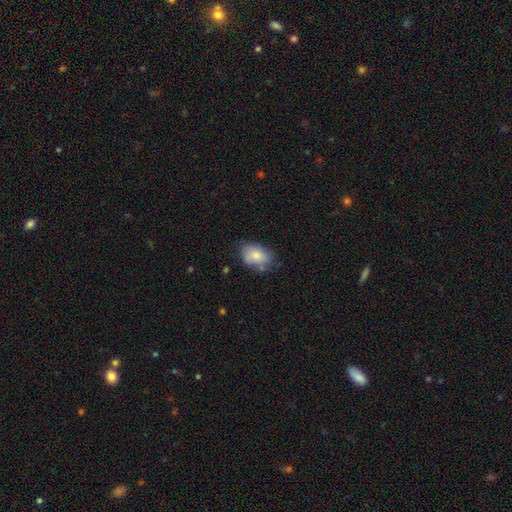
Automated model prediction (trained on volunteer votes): Smooth or featured?
  - smooth: 81% *
  - featured or disk: 12%
  - star or artifact: 7%
How rounded?
  - in between: 85% *
  - round: 14%
  - cigar-shaped: 1%
Merging?
  - none: 65% *
  - minor disturbance: 25%
  - major disturbance: 6%
  - merger: 4%